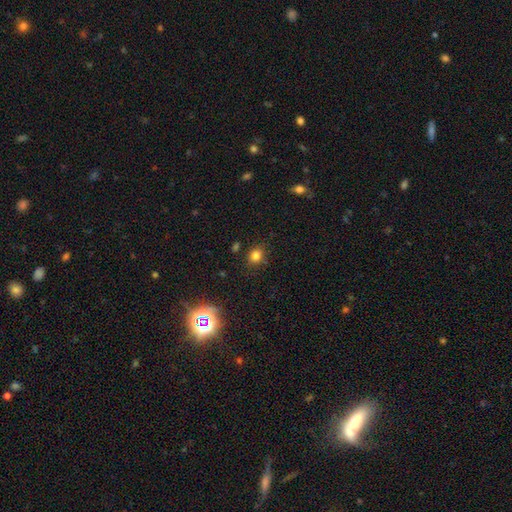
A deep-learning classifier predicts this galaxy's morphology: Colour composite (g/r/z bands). It shows a smooth galaxy with no disk features (78%) that is round (71%). Merging: none (84%).